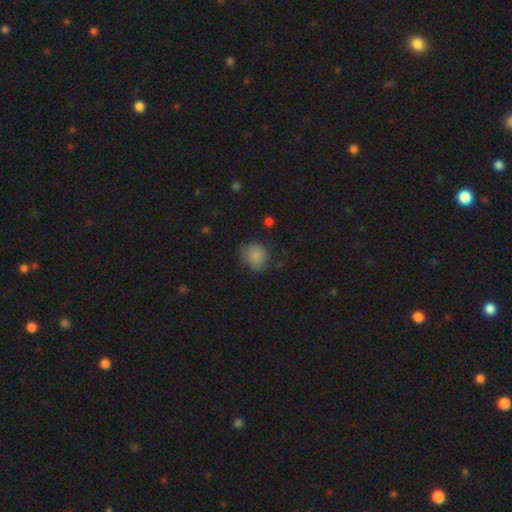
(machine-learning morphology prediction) smooth 83%, star or artifact 9%, featured or disk 8%. Down the decision tree: how rounded — round (76%); merging — none (68%).